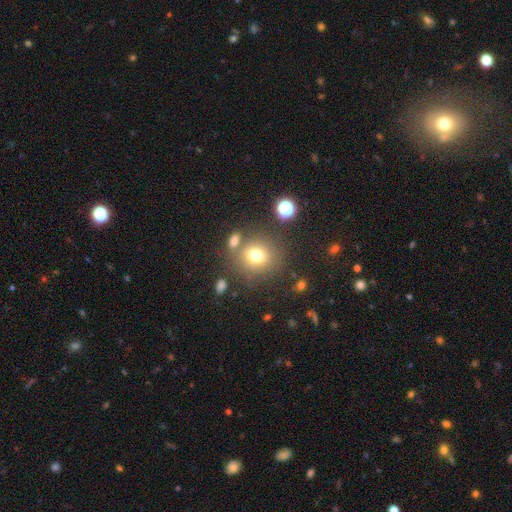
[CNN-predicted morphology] type=smooth (73%); roundness=round (79%); merging=none (69%).